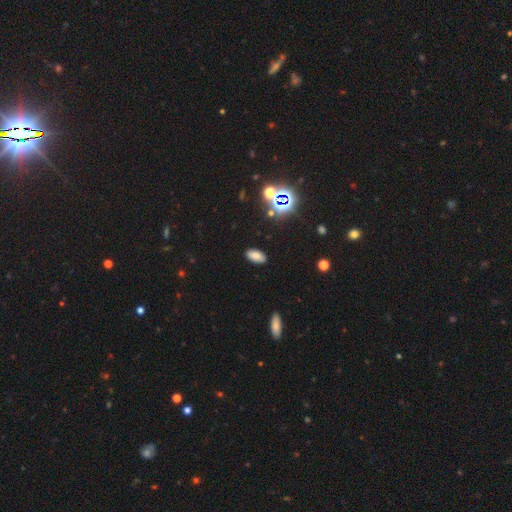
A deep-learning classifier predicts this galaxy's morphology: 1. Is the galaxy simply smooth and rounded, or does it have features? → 77% smooth, 16% star or artifact, 7% featured or disk.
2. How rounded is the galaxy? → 93% in between, 4% round, 3% cigar-shaped.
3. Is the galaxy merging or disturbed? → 87% none, 9% minor disturbance, 2% major disturbance, 1% merger.